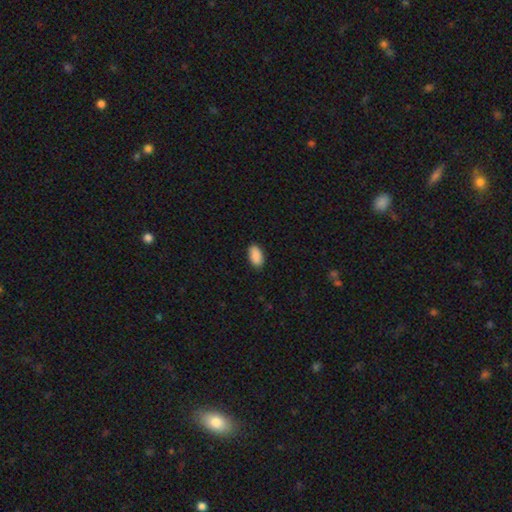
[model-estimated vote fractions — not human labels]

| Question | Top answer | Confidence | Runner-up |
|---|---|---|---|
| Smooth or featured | smooth | 90% | star or artifact (7%) |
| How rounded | in between | 94% | round (3%) |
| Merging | none | 88% | minor disturbance (9%) |